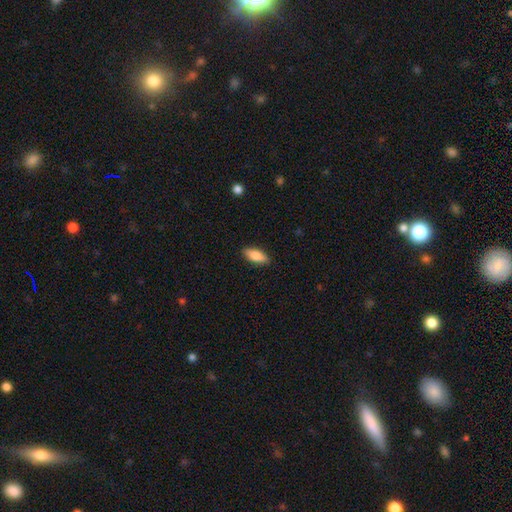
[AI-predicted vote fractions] This is clearly a smooth galaxy (82%). How rounded: likely in between (79%). Merging: clearly none (88%).